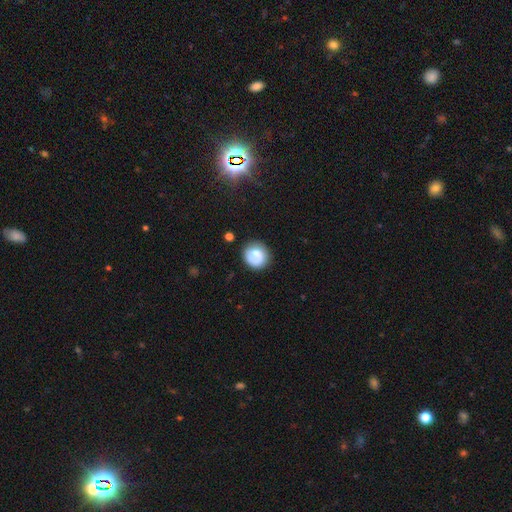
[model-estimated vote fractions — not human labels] Q: Smooth or featured?
A: smooth (72%); runner-up: featured or disk (20%)
Q: How rounded?
A: round (86%); runner-up: in between (13%)
Q: Merging?
A: none (74%); runner-up: minor disturbance (17%)